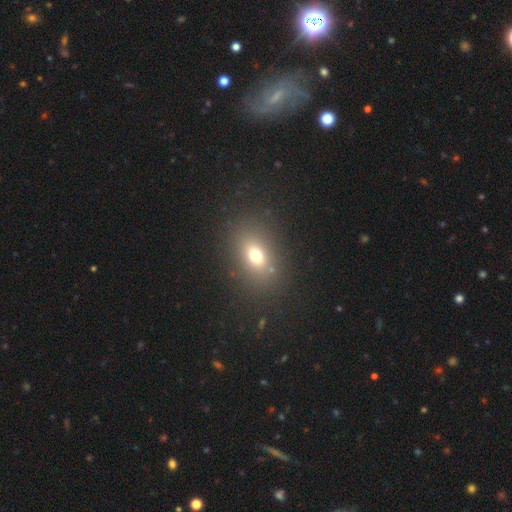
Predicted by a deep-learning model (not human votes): This appears to be a smooth galaxy with no disk features (70%) that is in between round and cigar-shaped (67%). Merging: none (84%).